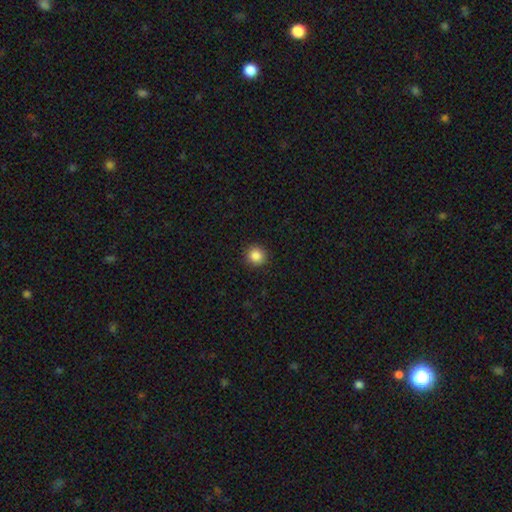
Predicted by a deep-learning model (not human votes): smooth-or-featured: smooth: 86% | star or artifact: 10% | featured or disk: 4%
  how-rounded: round: 93% | in between: 6% | cigar-shaped: 1%
  merging: none: 92% | minor disturbance: 5% | major disturbance: 2% | merger: 1%